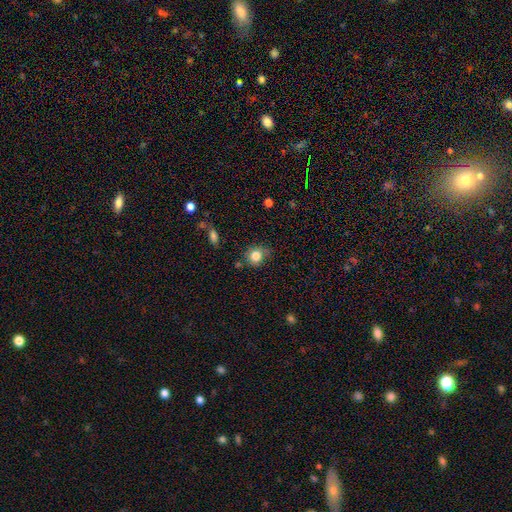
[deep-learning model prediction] Smooth or featured? smooth (82%)
How rounded? round (74%)
Merging? none (67%)